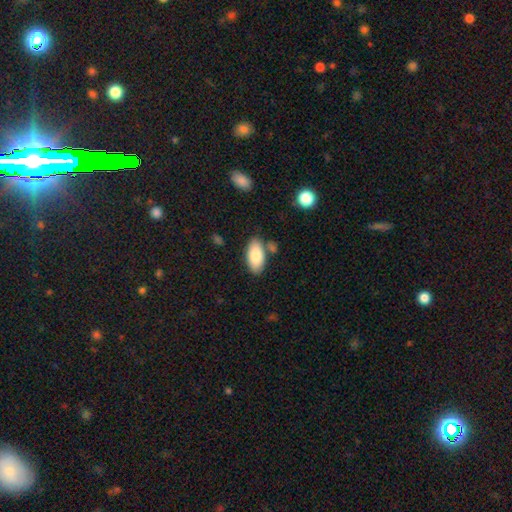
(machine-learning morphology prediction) type=smooth (84%); roundness=in between (94%); merging=none (76%).